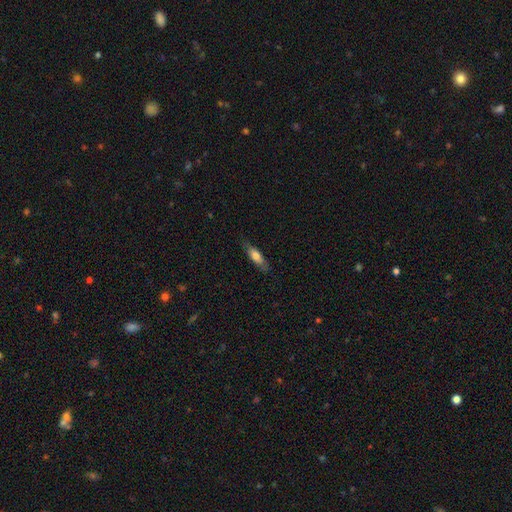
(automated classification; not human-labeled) Morphology: type=smooth (66%); roundness=cigar-shaped (51%); merging=none (79%).